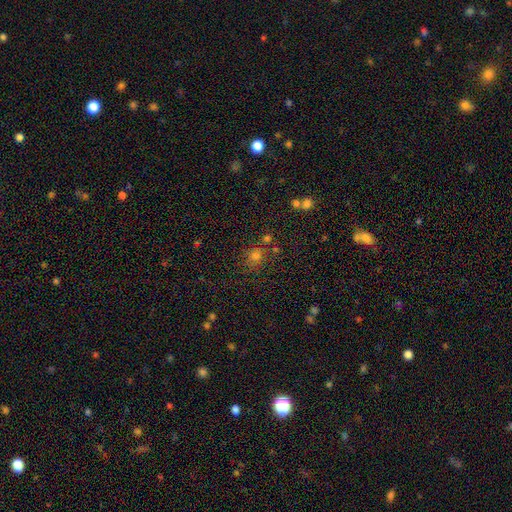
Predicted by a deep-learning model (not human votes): Overall: smooth (64%; star or artifact 29%). How rounded: round (85%). Merging: none (74%).